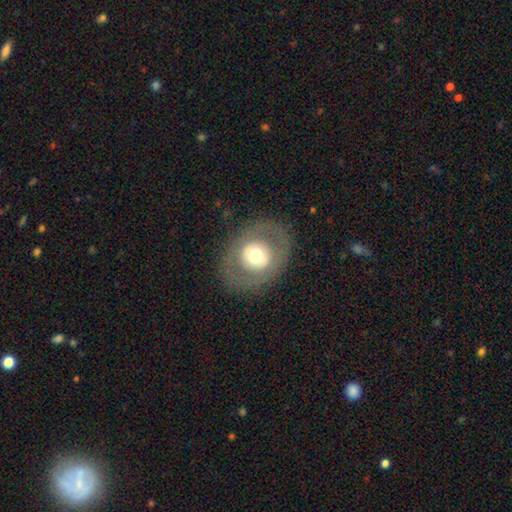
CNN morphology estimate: smooth 52%, featured or disk 40%, star or artifact 8%. Down the decision tree: how rounded — round (64%); merging — none (81%).